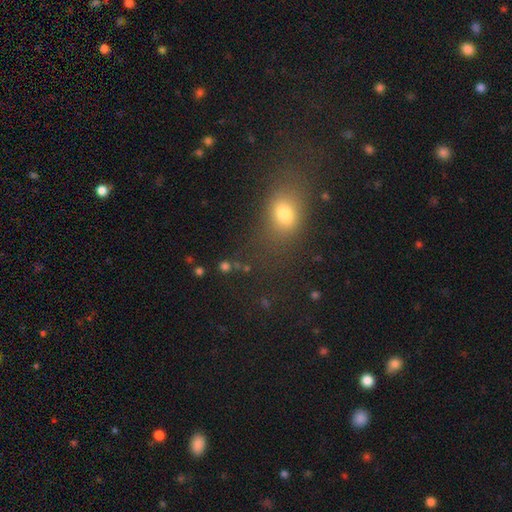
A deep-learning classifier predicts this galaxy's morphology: Q: Smooth or featured?
A: smooth (61%); runner-up: star or artifact (29%)
Q: How rounded?
A: in between (55%); runner-up: round (40%)
Q: Merging?
A: none (77%); runner-up: minor disturbance (14%)